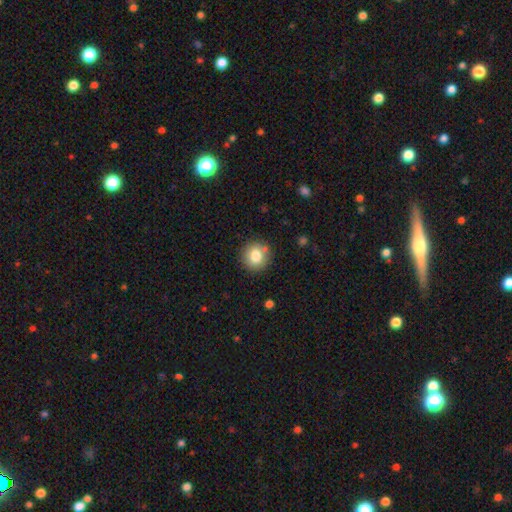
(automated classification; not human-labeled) Smooth or featured? smooth (80%)
How rounded? round (91%)
Merging? none (83%)